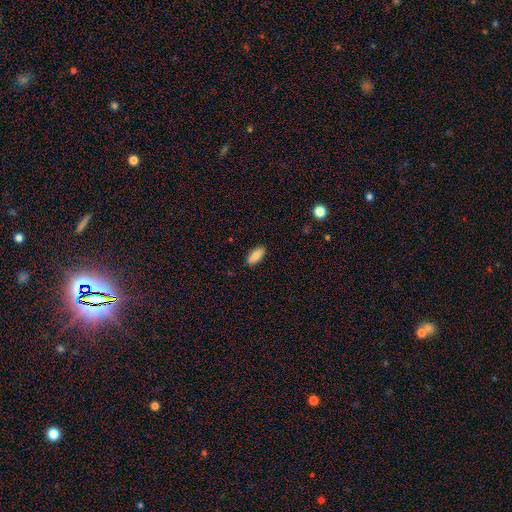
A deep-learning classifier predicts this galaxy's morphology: smooth_or_featured: smooth (p=0.86) [alt: featured or disk p=0.07]
how_rounded: in between (p=0.86) [alt: cigar-shaped p=0.12]
merging: none (p=0.88) [alt: minor disturbance p=0.09]